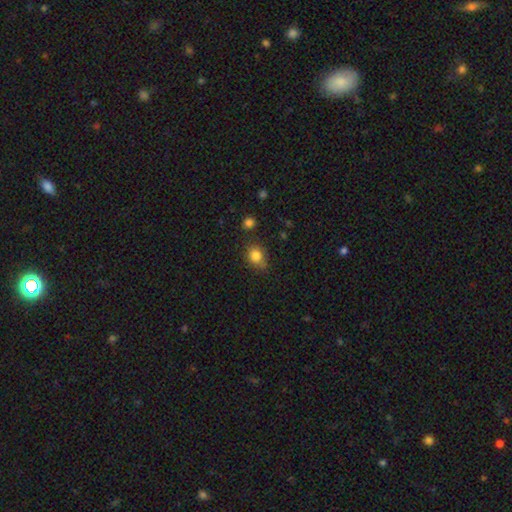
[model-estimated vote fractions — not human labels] Morphology: type=smooth (83%); roundness=in between (51%); merging=none (70%).